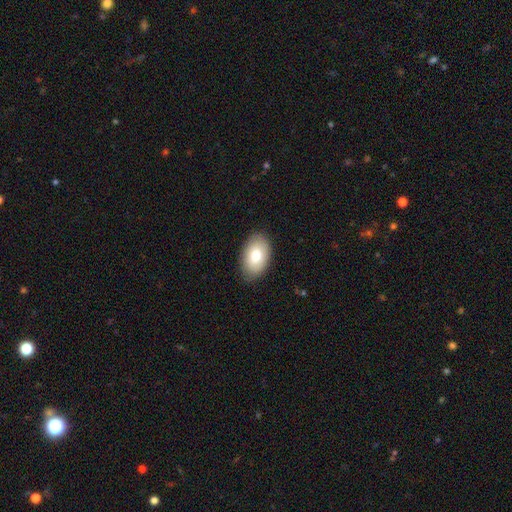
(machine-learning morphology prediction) Q: Smooth or featured?
A: smooth (77%); runner-up: featured or disk (16%)
Q: How rounded?
A: in between (91%); runner-up: round (8%)
Q: Merging?
A: none (86%); runner-up: minor disturbance (11%)